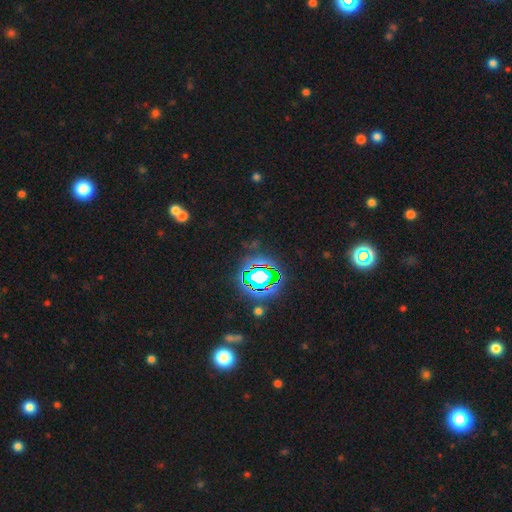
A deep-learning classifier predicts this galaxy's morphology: smooth_or_featured: star or artifact (p=0.81) [alt: smooth p=0.11]